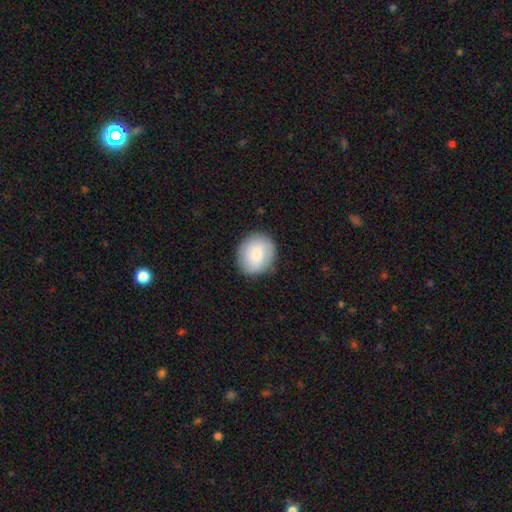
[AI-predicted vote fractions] smooth-or-featured: smooth: 78% | featured or disk: 15% | star or artifact: 7%
  how-rounded: round: 72% | in between: 27% | cigar-shaped: 1%
  merging: none: 85% | minor disturbance: 11% | major disturbance: 3% | merger: 1%